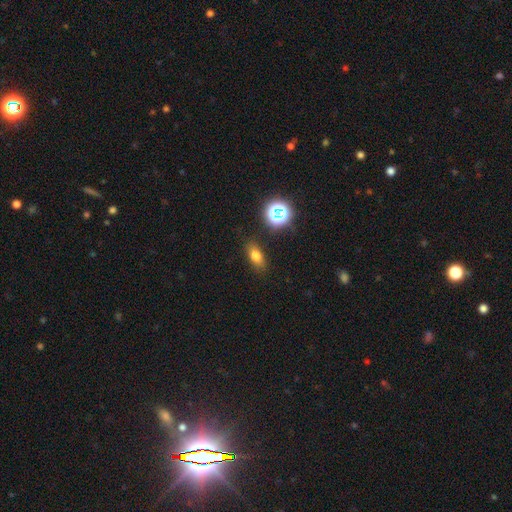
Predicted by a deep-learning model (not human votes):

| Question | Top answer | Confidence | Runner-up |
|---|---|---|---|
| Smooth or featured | smooth | 74% | star or artifact (16%) |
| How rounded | in between | 77% | round (13%) |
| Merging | none | 85% | minor disturbance (10%) |